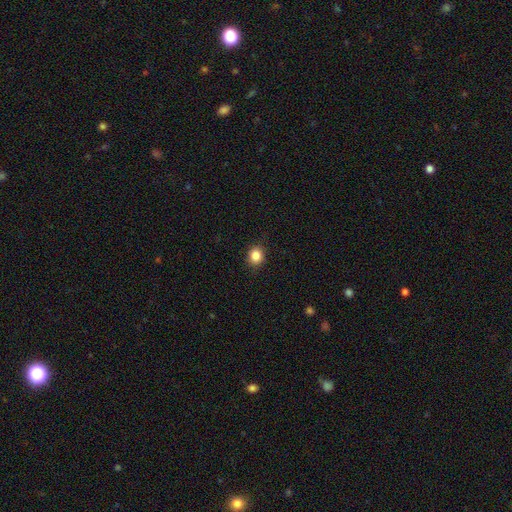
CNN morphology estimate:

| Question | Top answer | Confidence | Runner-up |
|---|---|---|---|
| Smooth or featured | smooth | 85% | star or artifact (11%) |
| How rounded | round | 81% | in between (18%) |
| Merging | none | 89% | minor disturbance (8%) |